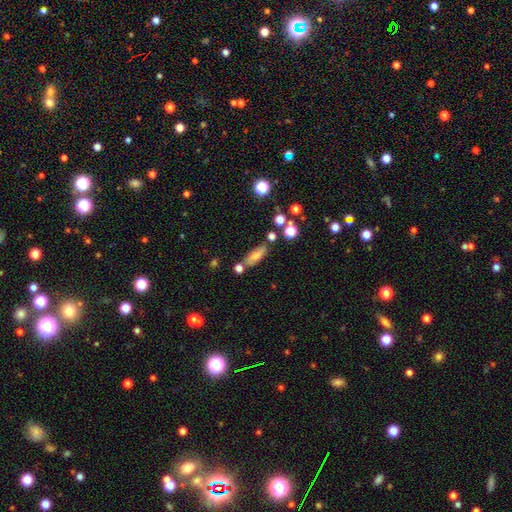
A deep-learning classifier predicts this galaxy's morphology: Smooth or featured? smooth (65%)
How rounded? in between (65%)
Merging? none (67%)